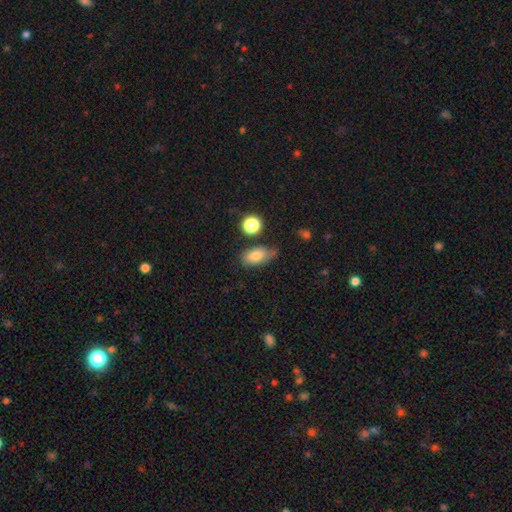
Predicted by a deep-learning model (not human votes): Overall: smooth (77%). How rounded: in between (88%). Merging: none (57%; minor disturbance 28%).